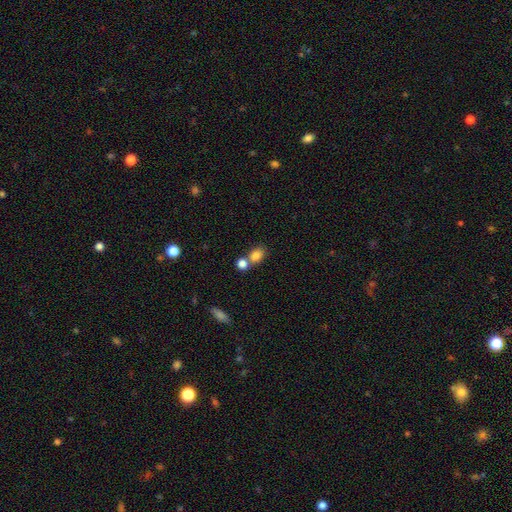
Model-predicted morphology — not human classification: Smooth or featured? Predicted: smooth (p=0.83). How rounded? Predicted: in between (p=0.59). Merging? Predicted: none (p=0.48).